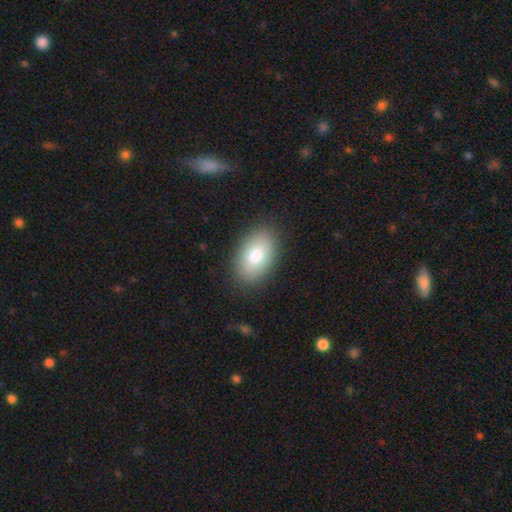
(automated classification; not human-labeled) This appears to be a smooth galaxy with no disk features (81%) that is in between round and cigar-shaped (92%). Merging: none (87%).